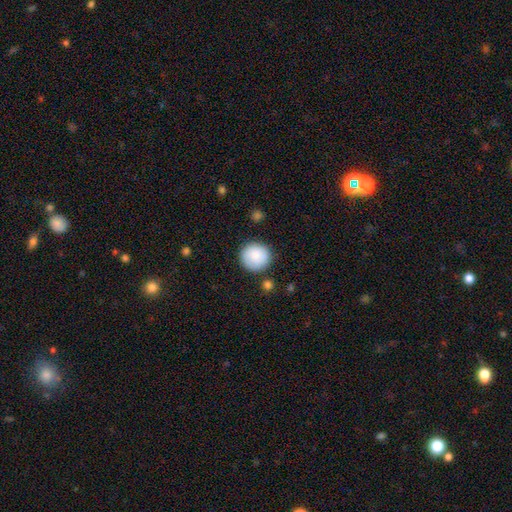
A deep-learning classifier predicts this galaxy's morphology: smooth-or-featured: smooth: 87% | star or artifact: 7% | featured or disk: 6%
  how-rounded: round: 94% | in between: 5% | cigar-shaped: 1%
  merging: none: 86% | minor disturbance: 9% | major disturbance: 3% | merger: 2%